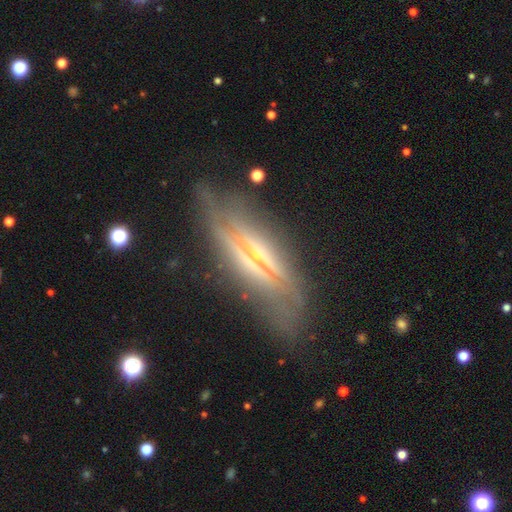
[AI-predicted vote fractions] This appears to be a featured or disk galaxy (78%) viewed edge-on (87%) with a rounded central bulge (68%). Merging: none (73%).